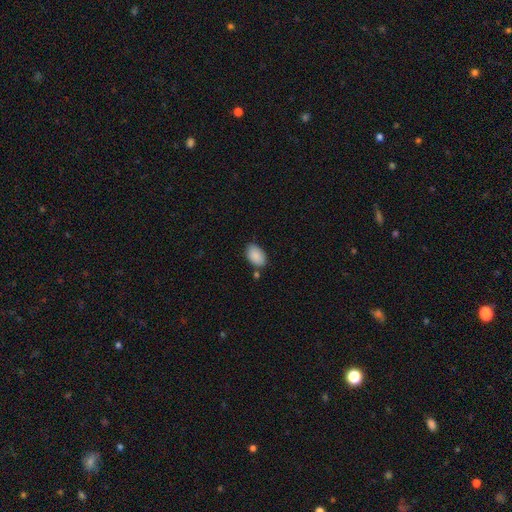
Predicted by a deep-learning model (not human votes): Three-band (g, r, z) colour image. It shows a smooth galaxy with no disk features (89%) that is in between round and cigar-shaped (93%). Merging: none (77%).